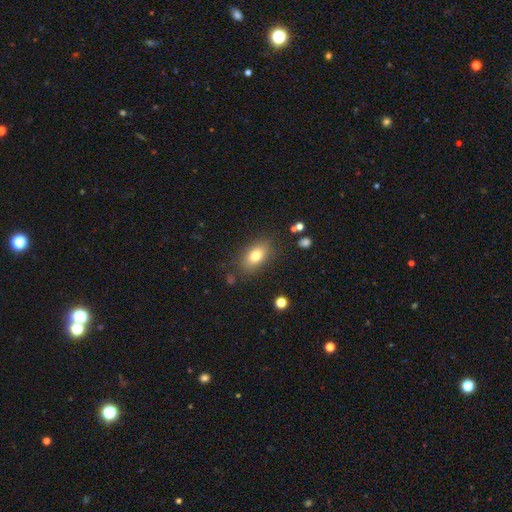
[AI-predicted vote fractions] This is likely a smooth galaxy (78%). How rounded: clearly in between (85%). Merging: clearly none (81%).